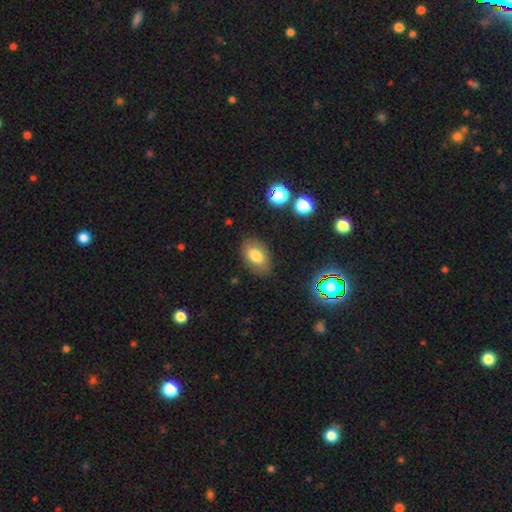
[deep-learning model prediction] Smooth or featured? smooth (76%)
How rounded? in between (88%)
Merging? none (79%)